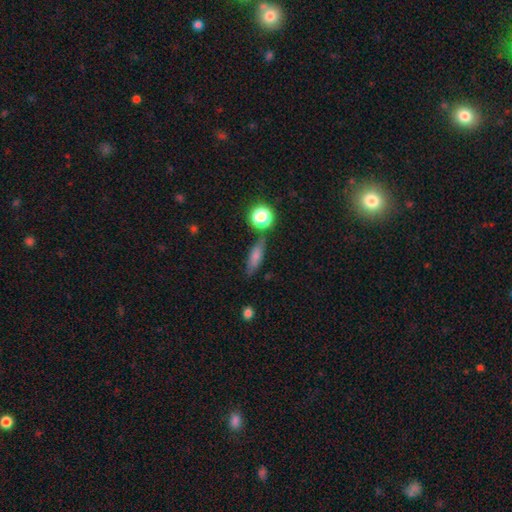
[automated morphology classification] Q: Smooth or featured?
A: smooth (72%); runner-up: featured or disk (16%)
Q: How rounded?
A: cigar-shaped (49%); runner-up: in between (43%)
Q: Merging?
A: none (77%); runner-up: minor disturbance (14%)